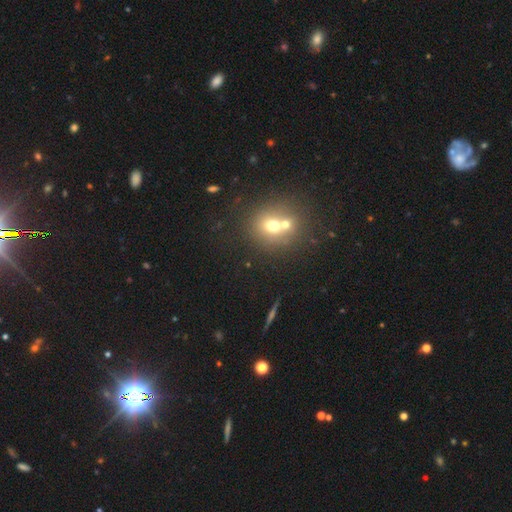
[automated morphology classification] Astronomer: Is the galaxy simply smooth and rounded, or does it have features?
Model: smooth — 45% (runner-up: star or artifact, 41%).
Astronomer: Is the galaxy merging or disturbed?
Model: none — 70%.